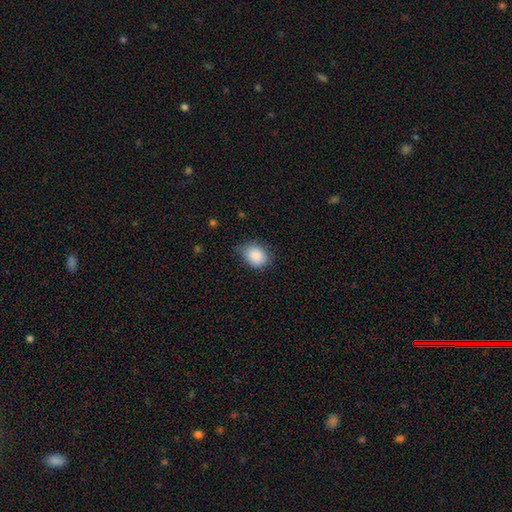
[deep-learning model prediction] Smooth or featured? Predicted: smooth (p=0.88). How rounded? Predicted: in between (p=0.59). Merging? Predicted: none (p=0.60).